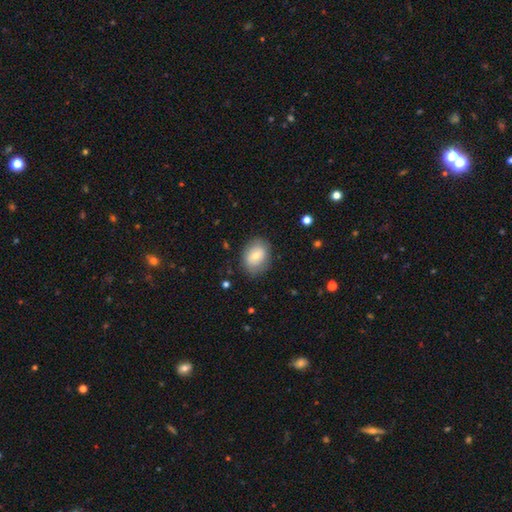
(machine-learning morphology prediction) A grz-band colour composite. It shows a smooth galaxy with no disk features (64%) that is in between round and cigar-shaped (62%). Merging: none (80%).